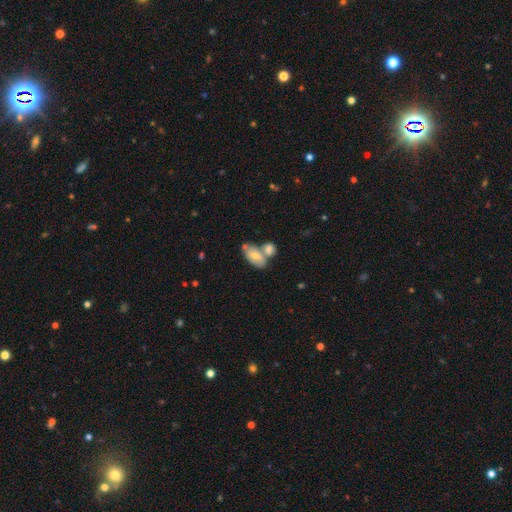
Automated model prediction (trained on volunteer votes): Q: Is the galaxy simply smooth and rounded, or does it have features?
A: smooth — 67%.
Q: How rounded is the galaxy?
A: in between — 90%.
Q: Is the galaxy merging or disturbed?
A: merger — 51%.